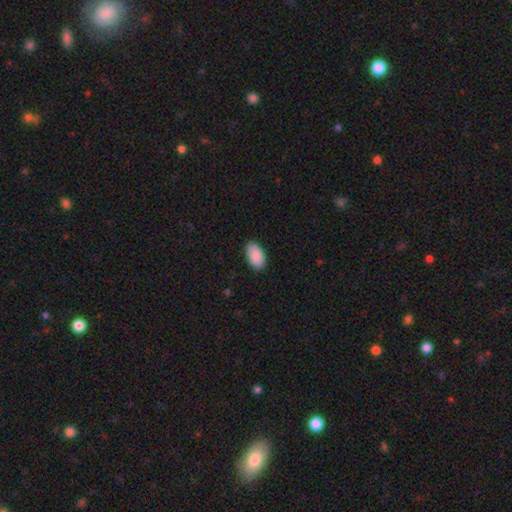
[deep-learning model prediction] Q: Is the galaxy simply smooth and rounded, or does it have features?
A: smooth — 91%.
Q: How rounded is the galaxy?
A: in between — 95%.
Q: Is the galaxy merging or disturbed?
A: none — 86%.